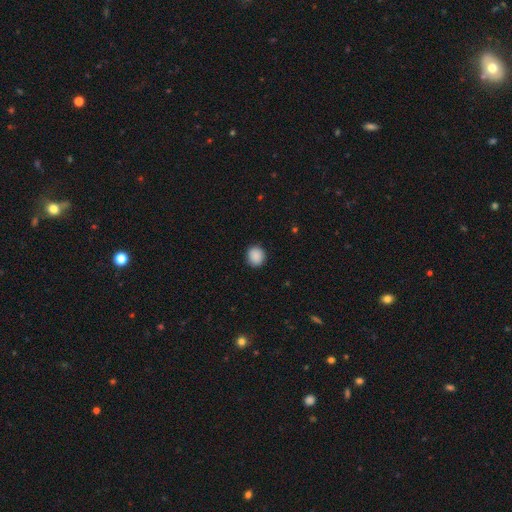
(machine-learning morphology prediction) Q: Smooth or featured?
A: smooth (89%); runner-up: star or artifact (8%)
Q: How rounded?
A: round (86%); runner-up: in between (13%)
Q: Merging?
A: none (90%); runner-up: minor disturbance (7%)